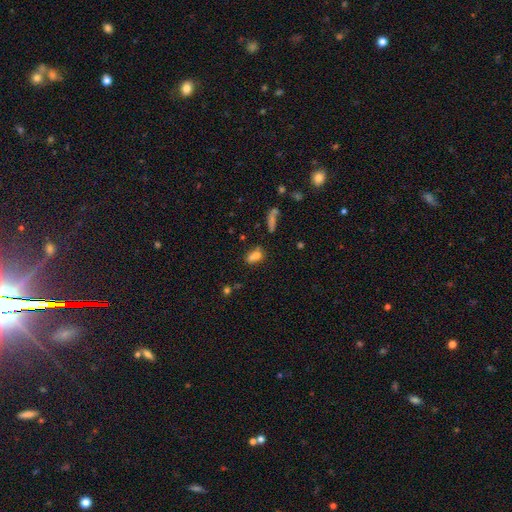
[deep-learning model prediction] Q: Smooth or featured?
A: smooth (69%); runner-up: featured or disk (17%)
Q: How rounded?
A: in between (63%); runner-up: round (30%)
Q: Merging?
A: none (40%); runner-up: merger (38%)